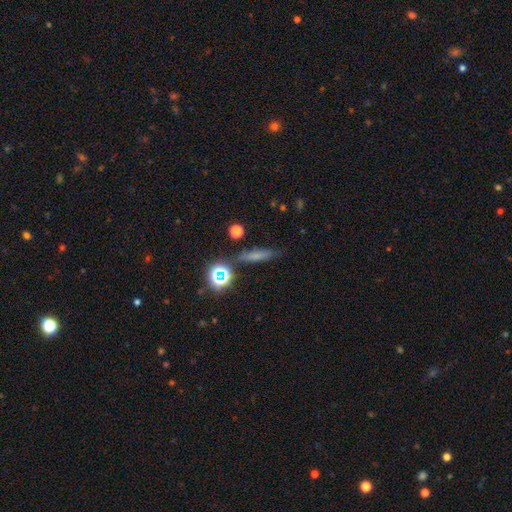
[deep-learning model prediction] Morphology: type=smooth (62%); roundness=cigar-shaped (73%); merging=none (77%).